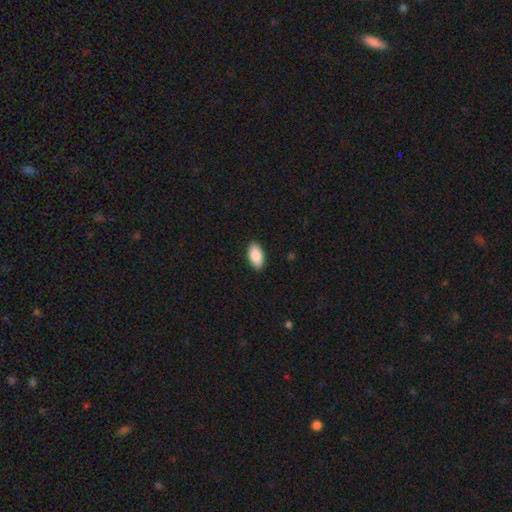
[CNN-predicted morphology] A smooth galaxy with no disk features (87%) that is in between round and cigar-shaped (95%).

Vote fractions:
- Smooth or featured? smooth: 87% / featured or disk: 7% / star or artifact: 6%
- How rounded? in between: 95% / cigar-shaped: 3% / round: 3%
- Merging? none: 90% / minor disturbance: 8% / major disturbance: 2% / merger: 1%